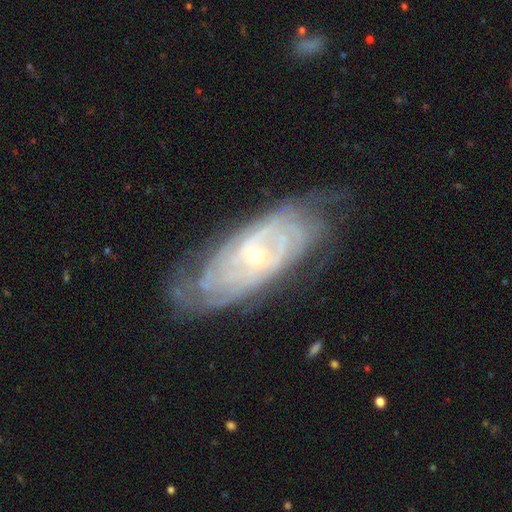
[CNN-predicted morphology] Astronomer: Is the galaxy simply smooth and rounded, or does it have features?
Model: featured or disk — 87%.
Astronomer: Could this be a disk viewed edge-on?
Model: no — 91%.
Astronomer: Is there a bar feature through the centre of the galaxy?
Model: no — 62%.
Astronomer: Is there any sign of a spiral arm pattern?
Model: yes — 95%.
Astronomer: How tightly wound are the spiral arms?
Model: tight — 77%.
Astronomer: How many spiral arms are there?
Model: can't tell — 43%.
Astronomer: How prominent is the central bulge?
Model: small — 69%.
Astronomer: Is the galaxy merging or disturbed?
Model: none — 71%.